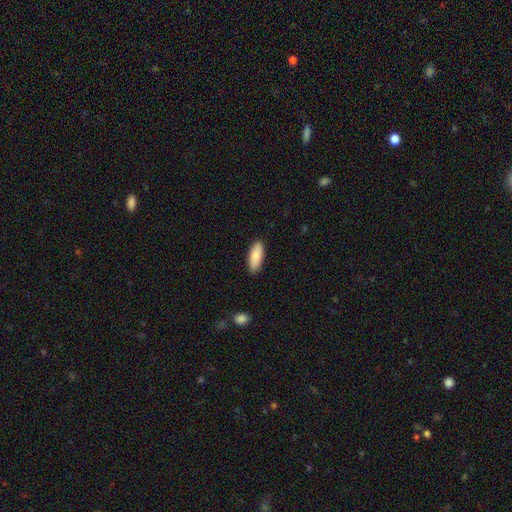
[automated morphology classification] Overall: smooth (86%). How rounded: in between (76%). Merging: none (88%).